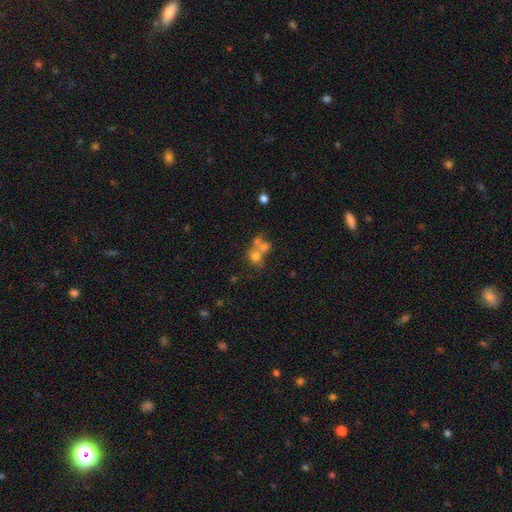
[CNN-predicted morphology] This is possibly a smooth galaxy (56%). How rounded: likely round (72%). Merging: possibly merger (50%).